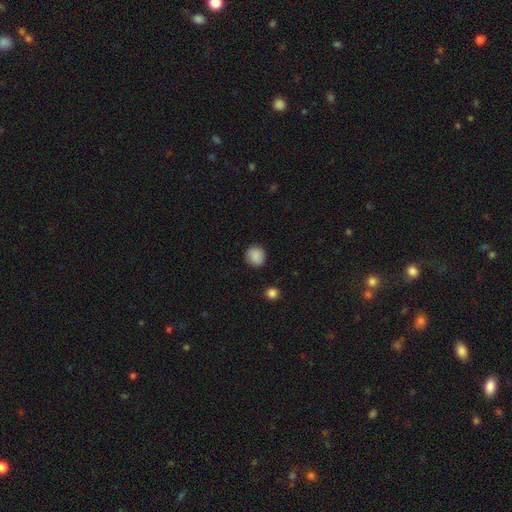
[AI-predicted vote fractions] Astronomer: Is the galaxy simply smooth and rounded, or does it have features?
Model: smooth — 88%.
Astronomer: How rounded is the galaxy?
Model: round — 90%.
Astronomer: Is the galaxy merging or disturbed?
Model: none — 87%.